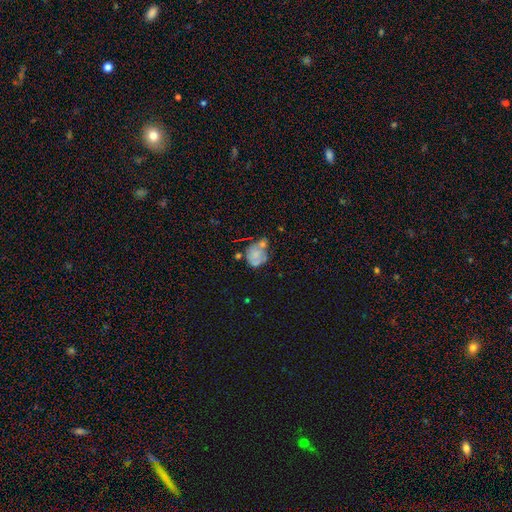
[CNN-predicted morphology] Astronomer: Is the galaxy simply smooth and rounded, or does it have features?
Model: smooth — 48% (runner-up: featured or disk, 42%).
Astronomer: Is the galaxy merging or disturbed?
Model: merger — 31% (runner-up: none, 28%).